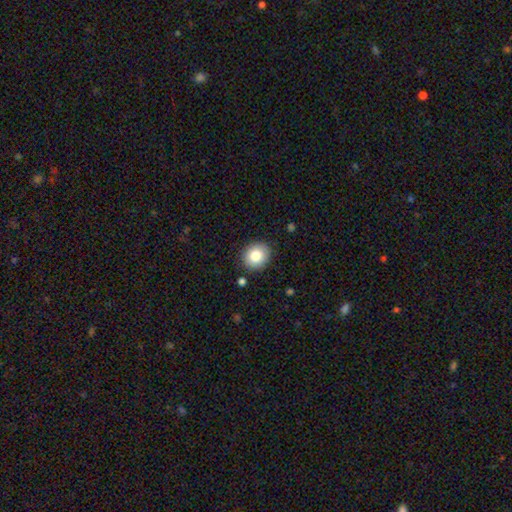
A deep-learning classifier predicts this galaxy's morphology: Smooth or featured? Predicted: smooth (p=0.82). How rounded? Predicted: round (p=0.68). Merging? Predicted: none (p=0.88).